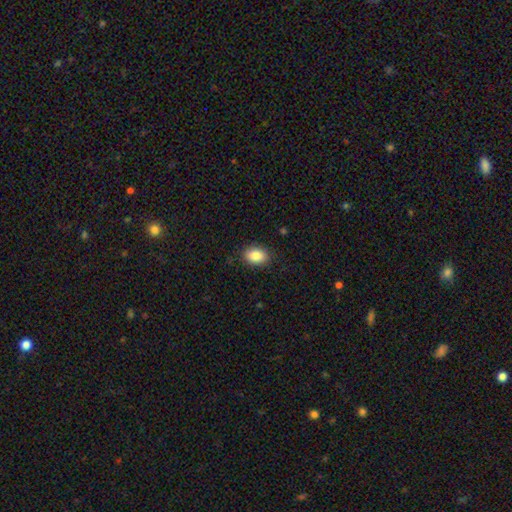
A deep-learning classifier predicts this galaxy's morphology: type=smooth (87%); roundness=in between (79%); merging=none (88%).